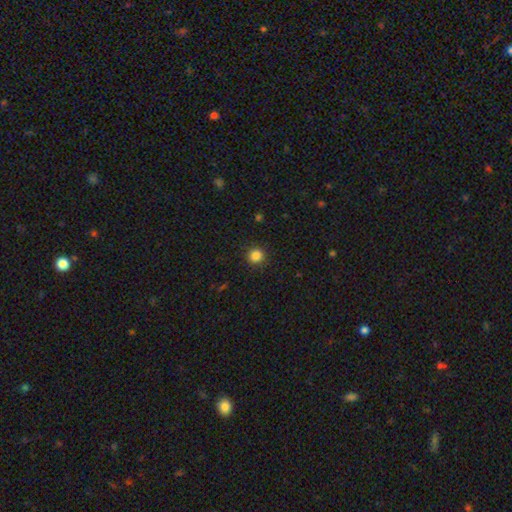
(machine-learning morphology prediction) smooth 85%, star or artifact 11%, featured or disk 4%. Down the decision tree: how rounded — round (90%); merging — none (91%).